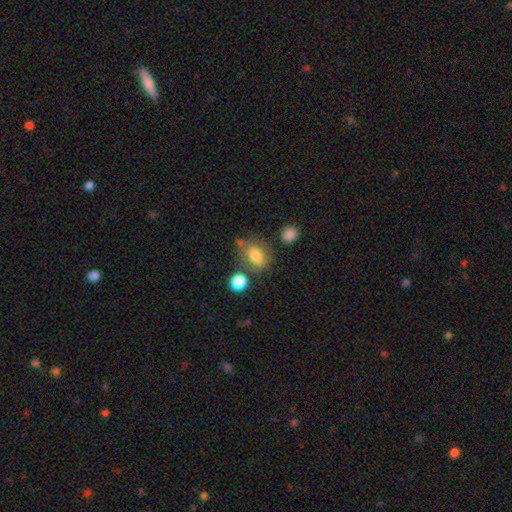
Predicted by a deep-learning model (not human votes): smooth-or-featured: smooth: 76% | featured or disk: 14% | star or artifact: 11%
  how-rounded: in between: 60% | round: 39% | cigar-shaped: 2%
  merging: none: 56% | minor disturbance: 22% | merger: 13% | major disturbance: 9%